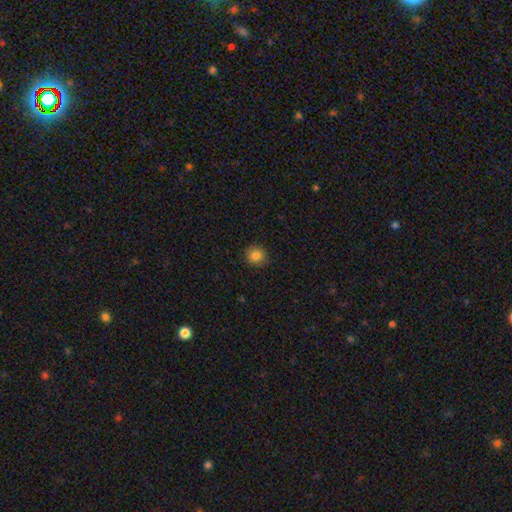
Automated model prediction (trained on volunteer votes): A smooth galaxy with no disk features (84%) that is round (85%). Merging: none (89%).